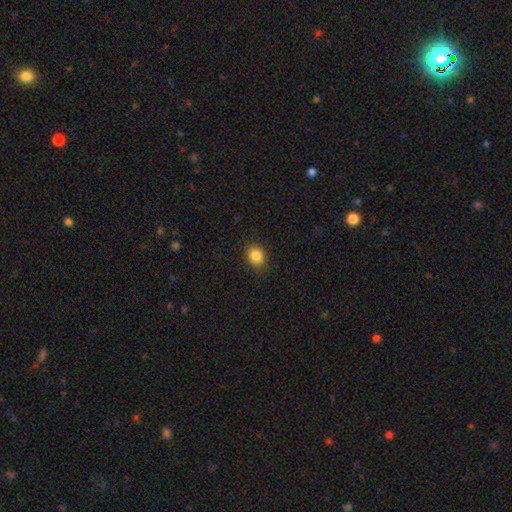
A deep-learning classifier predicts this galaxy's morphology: A smooth galaxy with no disk features (85%) that is round (63%).

Vote fractions:
- Smooth or featured? smooth: 85% / star or artifact: 10% / featured or disk: 5%
- How rounded? round: 63% / in between: 36% / cigar-shaped: 1%
- Merging? none: 88% / minor disturbance: 9% / major disturbance: 2% / merger: 1%